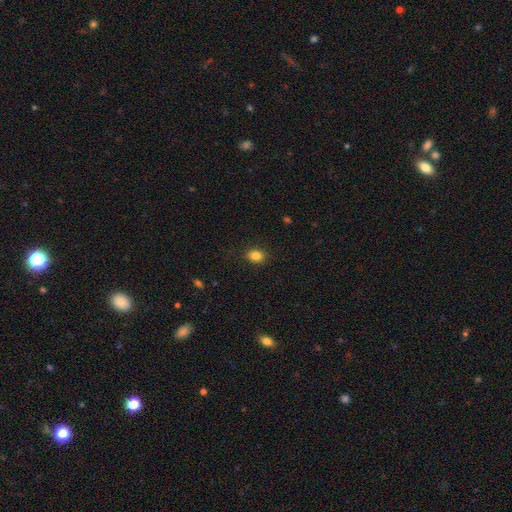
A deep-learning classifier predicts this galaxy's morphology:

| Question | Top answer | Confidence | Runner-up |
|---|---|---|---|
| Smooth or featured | smooth | 84% | star or artifact (11%) |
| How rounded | in between | 51% | round (48%) |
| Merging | none | 89% | minor disturbance (8%) |